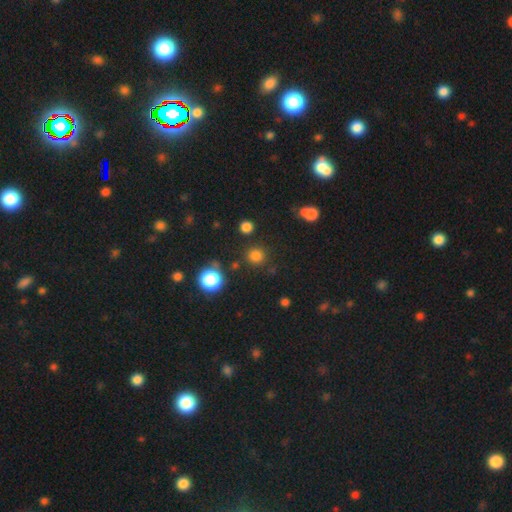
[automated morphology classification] A smooth galaxy with no disk features (80%) that is round (92%). Merging: none (86%).